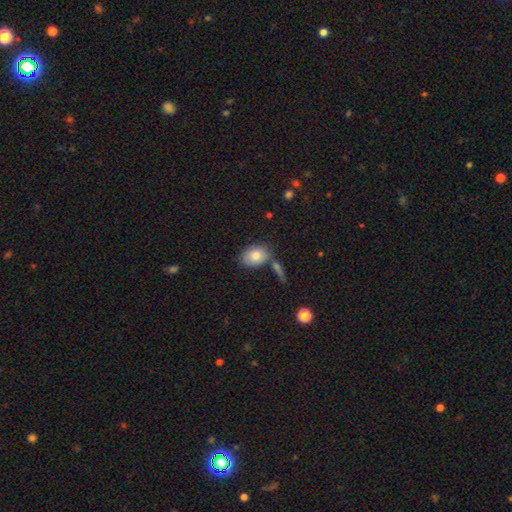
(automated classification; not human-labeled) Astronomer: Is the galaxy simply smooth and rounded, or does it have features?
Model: smooth — 81%.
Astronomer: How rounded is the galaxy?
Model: in between — 79%.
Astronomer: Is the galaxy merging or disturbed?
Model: none — 66%.